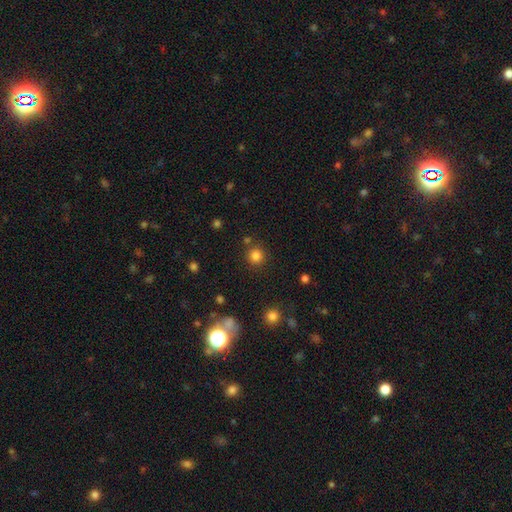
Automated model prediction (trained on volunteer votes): This is clearly a smooth galaxy (81%). How rounded: clearly round (93%). Merging: clearly none (83%).